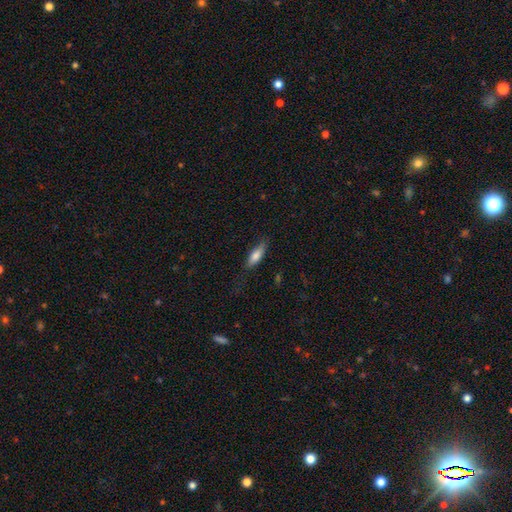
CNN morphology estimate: A smooth galaxy with no disk features (76%) that is in between round and cigar-shaped (59%).

Vote fractions:
- Smooth or featured? smooth: 76% / featured or disk: 18% / star or artifact: 6%
- How rounded? in between: 59% / cigar-shaped: 39% / round: 2%
- Merging? none: 73% / minor disturbance: 20% / major disturbance: 6% / merger: 1%